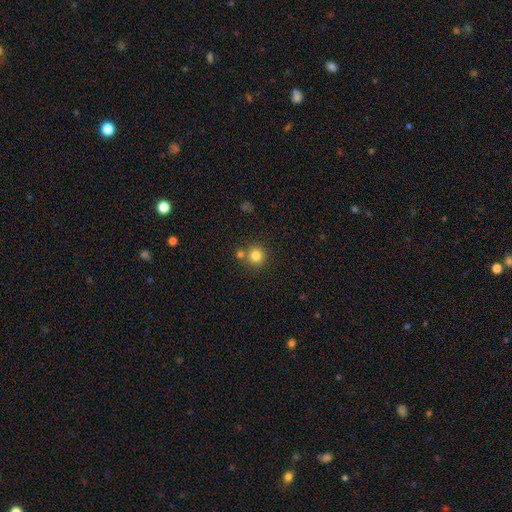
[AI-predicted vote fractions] Smooth or featured?
  - smooth: 81% *
  - star or artifact: 12%
  - featured or disk: 7%
How rounded?
  - round: 94% *
  - in between: 6%
  - cigar-shaped: 1%
Merging?
  - none: 73% *
  - merger: 16%
  - minor disturbance: 8%
  - major disturbance: 3%